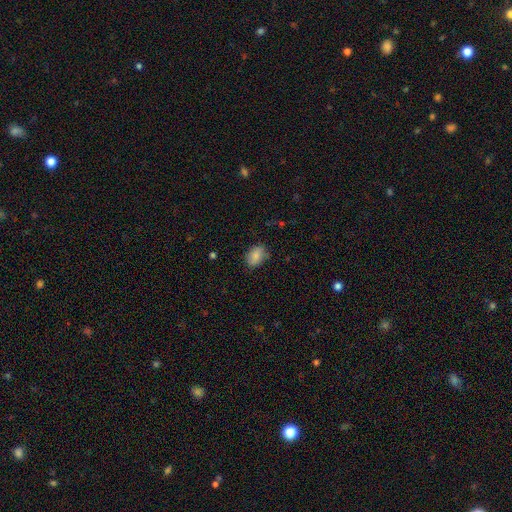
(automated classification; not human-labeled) This appears to be a smooth galaxy with no disk features (84%) that is in between round and cigar-shaped (80%). Merging: none (76%).